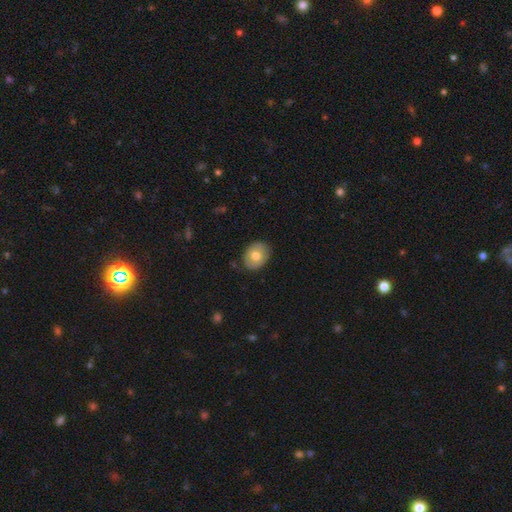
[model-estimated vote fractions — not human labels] Q: Smooth or featured?
A: smooth (71%); runner-up: featured or disk (22%)
Q: How rounded?
A: in between (61%); runner-up: round (38%)
Q: Merging?
A: none (83%); runner-up: minor disturbance (13%)